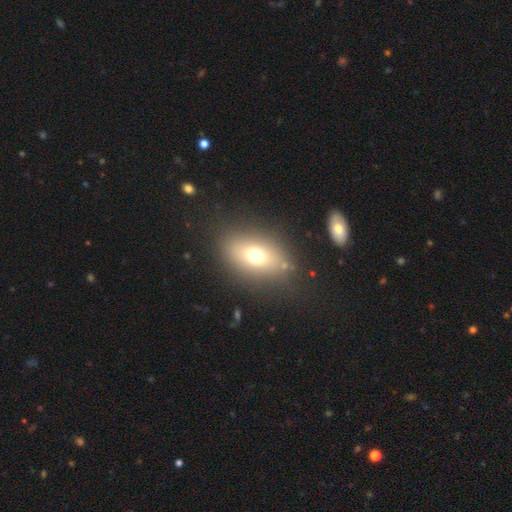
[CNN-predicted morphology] Smooth or featured? smooth (69%)
How rounded? in between (76%)
Merging? none (82%)